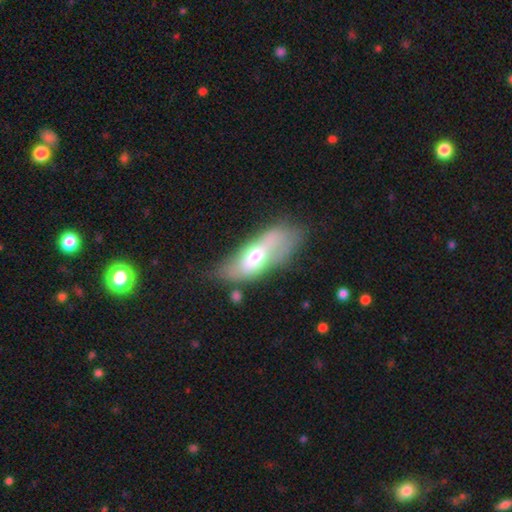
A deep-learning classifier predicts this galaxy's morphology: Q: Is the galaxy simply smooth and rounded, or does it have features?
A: smooth — 52%.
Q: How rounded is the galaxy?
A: in between — 72%.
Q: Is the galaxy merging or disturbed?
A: none — 51%.